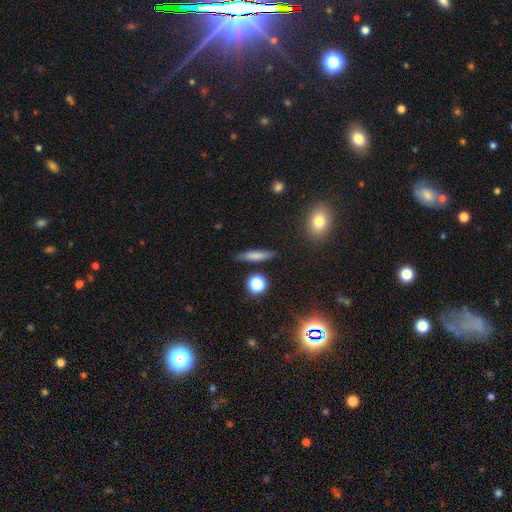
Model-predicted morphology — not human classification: A smooth galaxy with no disk features (73%) that is cigar-shaped (76%).

Vote fractions:
- Smooth or featured? smooth: 73% / featured or disk: 16% / star or artifact: 11%
- How rounded? cigar-shaped: 76% / in between: 17% / round: 7%
- Merging? none: 82% / minor disturbance: 12% / major disturbance: 3% / merger: 3%